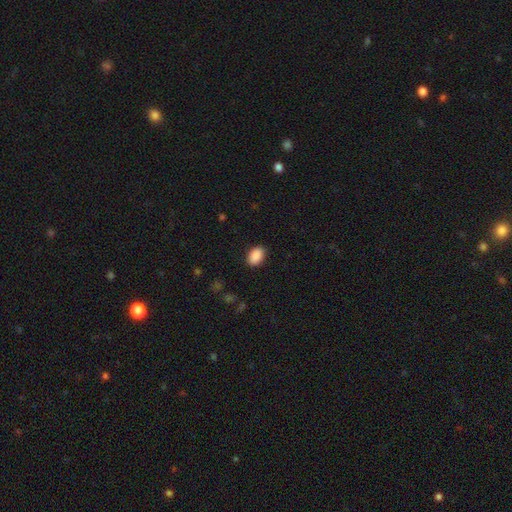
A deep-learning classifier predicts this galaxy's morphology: This is clearly a smooth galaxy (90%). How rounded: clearly in between (87%). Merging: clearly none (89%).